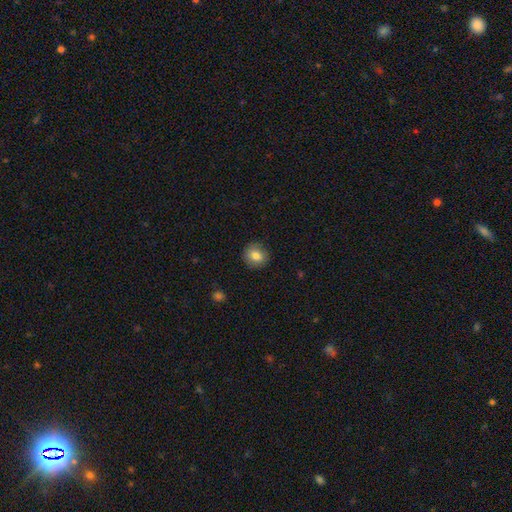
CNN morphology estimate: smooth_or_featured: smooth (p=0.83) [alt: featured or disk p=0.09]
how_rounded: round (p=0.75) [alt: in between p=0.24]
merging: none (p=0.85) [alt: minor disturbance p=0.11]